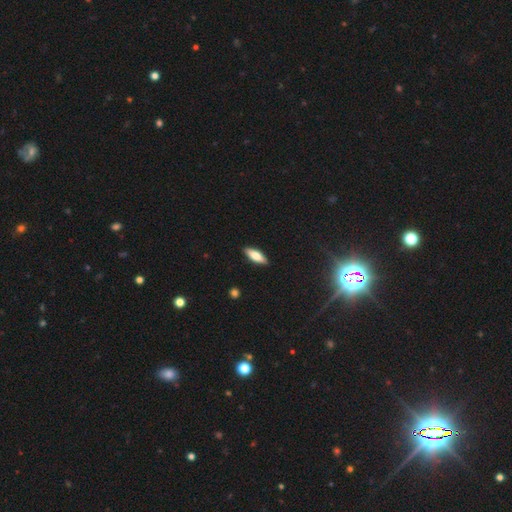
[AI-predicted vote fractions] Q: Smooth or featured?
A: smooth (70%); runner-up: featured or disk (24%)
Q: How rounded?
A: in between (61%); runner-up: cigar-shaped (37%)
Q: Merging?
A: none (89%); runner-up: minor disturbance (8%)